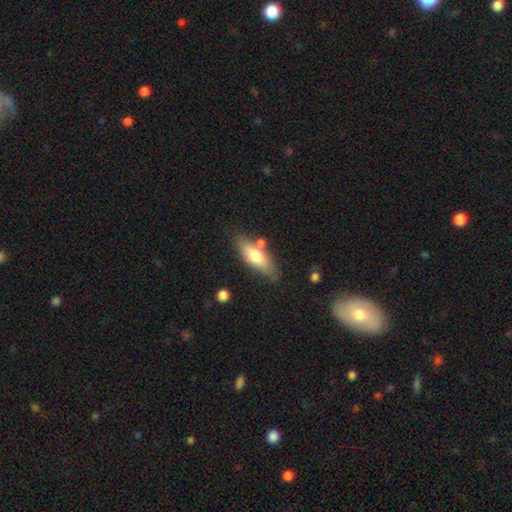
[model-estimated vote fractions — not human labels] Q: Smooth or featured?
A: smooth (66%); runner-up: featured or disk (27%)
Q: How rounded?
A: in between (61%); runner-up: cigar-shaped (37%)
Q: Merging?
A: none (70%); runner-up: minor disturbance (17%)